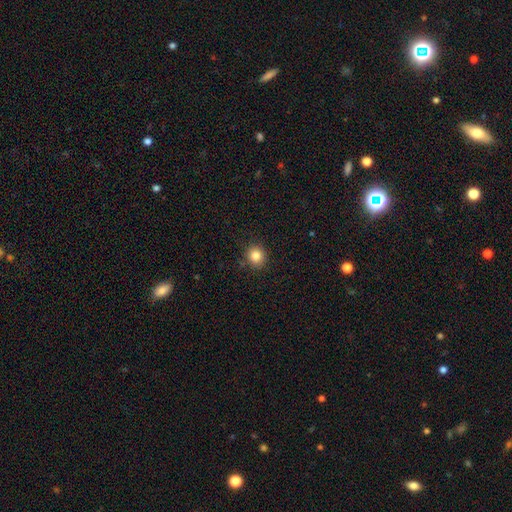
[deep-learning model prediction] A smooth galaxy with no disk features (83%) that is round (88%). Merging: none (89%).